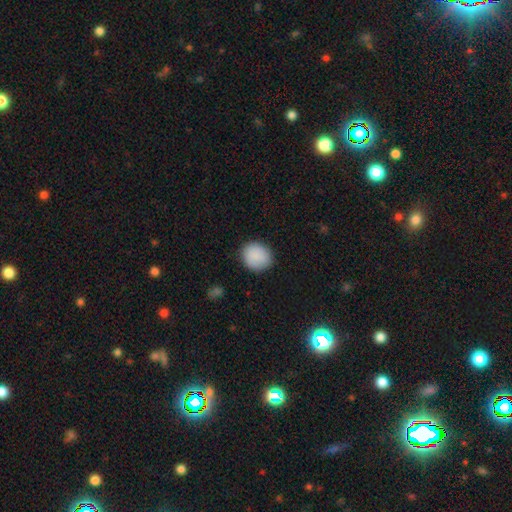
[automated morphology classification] This is clearly a smooth galaxy (88%). How rounded: likely round (79%). Merging: clearly none (87%).